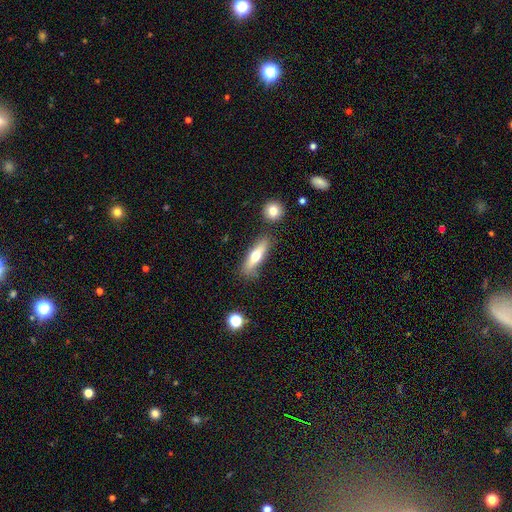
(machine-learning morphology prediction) A smooth galaxy with no disk features (53%) that is cigar-shaped (64%).

Vote fractions:
- Smooth or featured? smooth: 53% / featured or disk: 40% / star or artifact: 6%
- How rounded? cigar-shaped: 64% / in between: 33% / round: 3%
- Merging? none: 78% / minor disturbance: 13% / merger: 5% / major disturbance: 4%